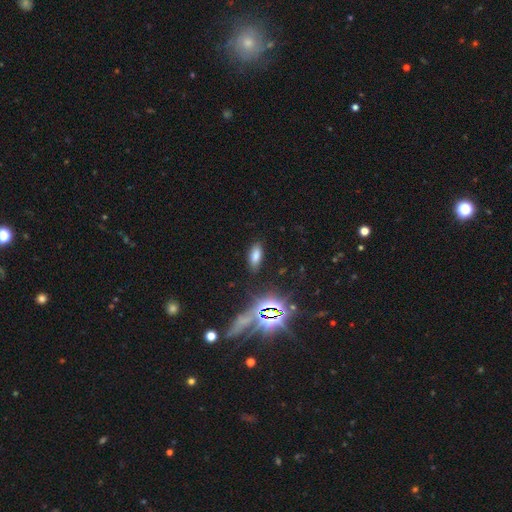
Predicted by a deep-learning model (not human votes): smooth 71%, star or artifact 21%, featured or disk 8%. Down the decision tree: how rounded — in between (82%); merging — none (85%).